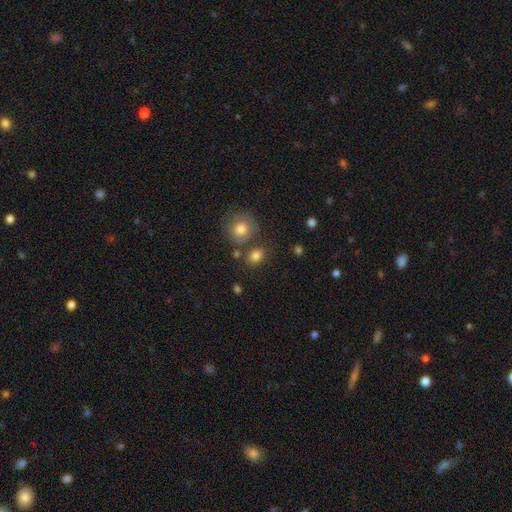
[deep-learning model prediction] A smooth galaxy with no disk features (81%) that is round (53%). Merging: none (71%).